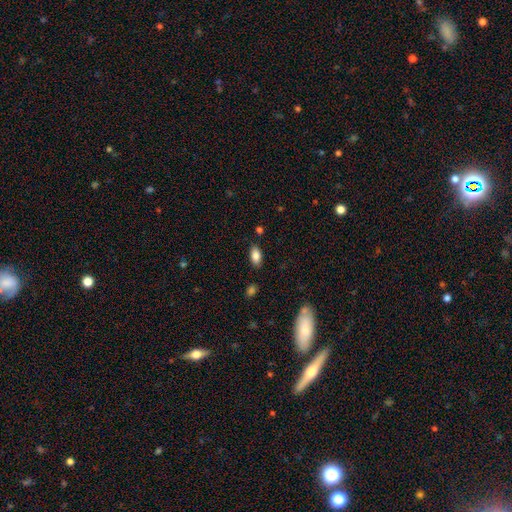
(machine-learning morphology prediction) This appears to be a smooth galaxy with no disk features (84%) that is in between round and cigar-shaped (91%). Merging: none (85%).